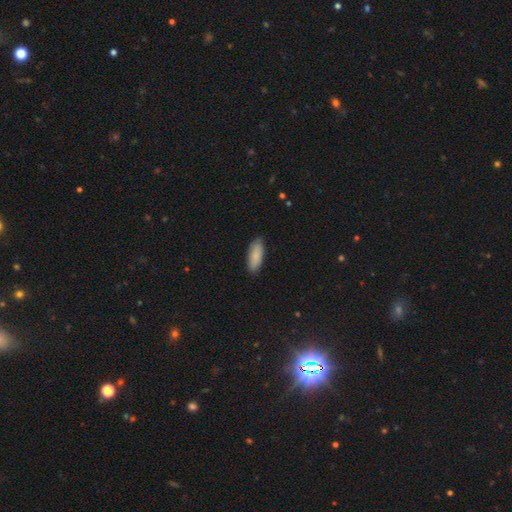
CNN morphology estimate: smooth_or_featured: smooth (p=0.85) [alt: featured or disk p=0.09]
how_rounded: in between (p=0.77) [alt: cigar-shaped p=0.22]
merging: none (p=0.85) [alt: minor disturbance p=0.12]